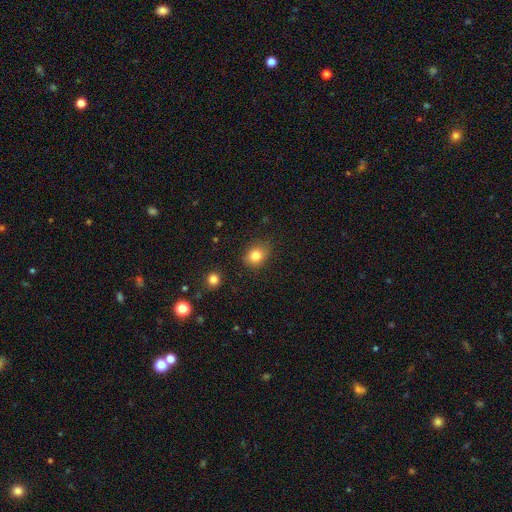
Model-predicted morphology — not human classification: Smooth or featured? smooth (81%)
How rounded? round (56%)
Merging? none (83%)